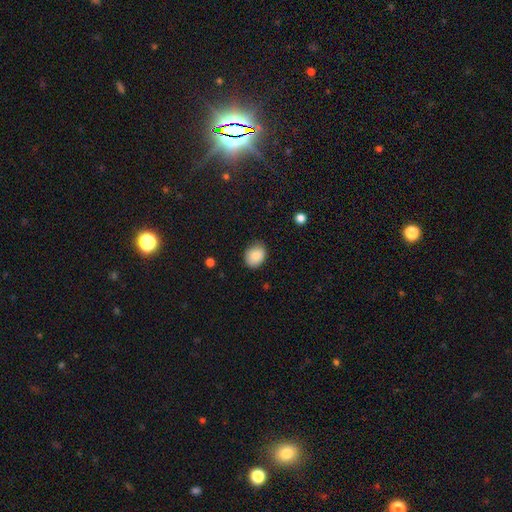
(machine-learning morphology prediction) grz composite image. It shows a smooth galaxy with no disk features (87%) that is in between round and cigar-shaped (52%). Merging: none (77%).